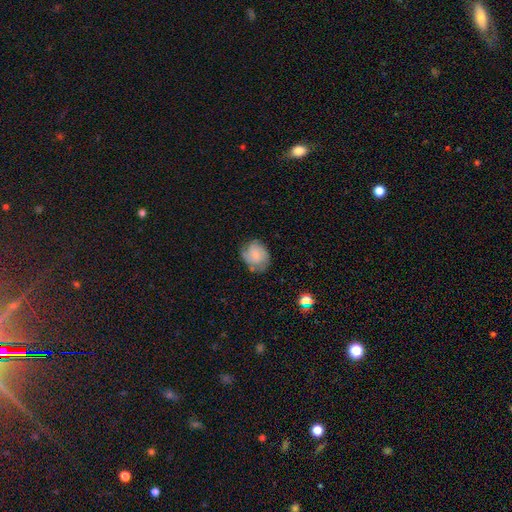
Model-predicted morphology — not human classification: This is possibly a smooth galaxy (52%). How rounded: possibly round (58%). Merging: possibly none (58%).